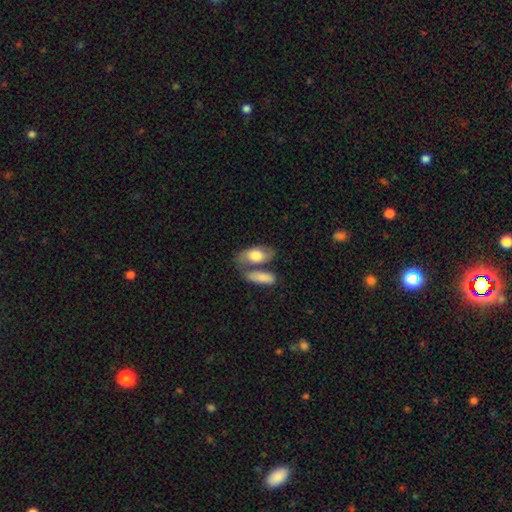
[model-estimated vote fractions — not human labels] Morphology: type=smooth (66%); roundness=in between (89%); merging=merger (39%).